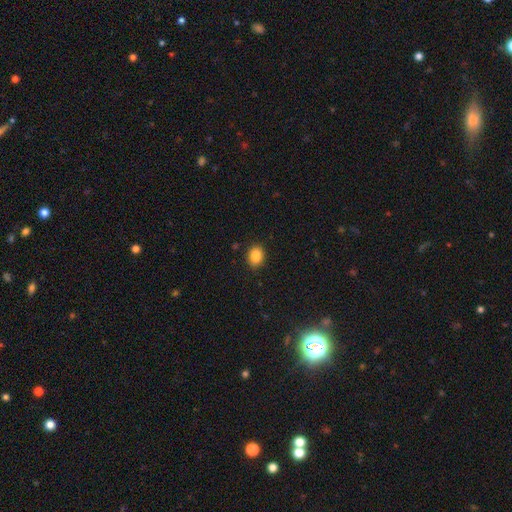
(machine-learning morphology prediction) smooth 87%, star or artifact 9%, featured or disk 4%. Down the decision tree: how rounded — in between (57%); merging — none (88%).